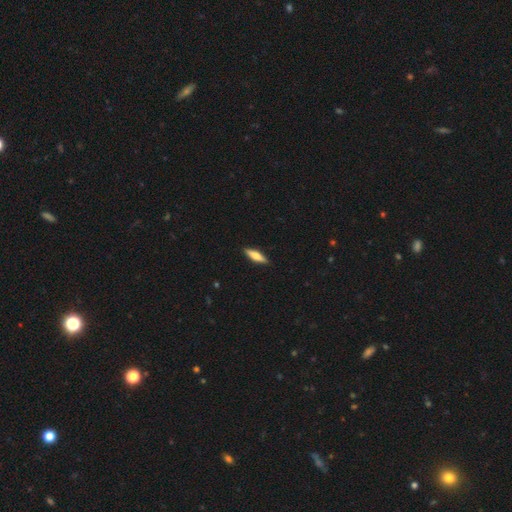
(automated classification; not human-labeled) Smooth or featured? Predicted: smooth (p=0.63). How rounded? Predicted: cigar-shaped (p=0.61). Merging? Predicted: none (p=0.90).